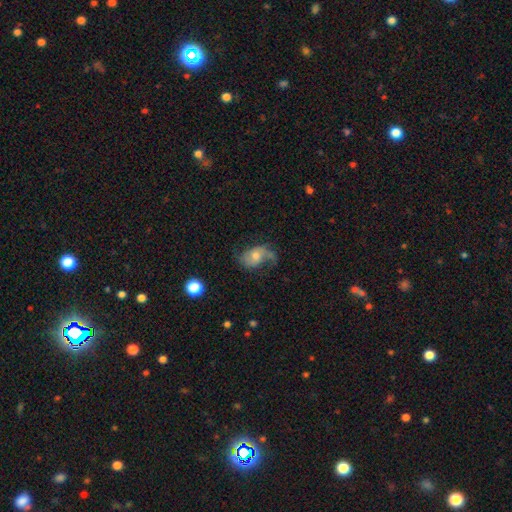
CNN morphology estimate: This is likely a featured or disk galaxy (68%). It is clearly not viewed edge-on (96%). Bar: likely no (68%). Spiral arm pattern: clearly yes (89%). Spiral arm count: likely 2 (73%). Spiral winding: possibly loose (59%). Central bulge: possibly moderate (54%). Merging: possibly none (54%).